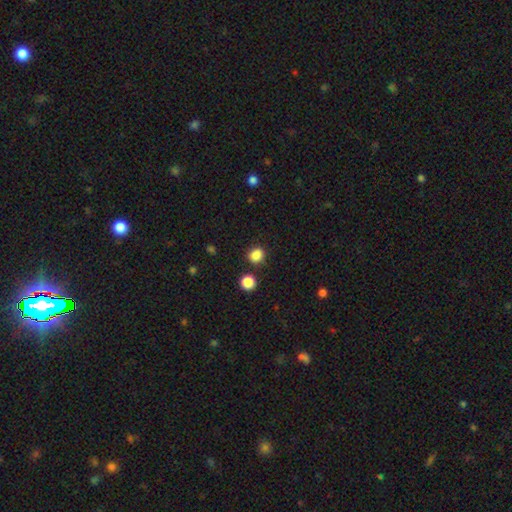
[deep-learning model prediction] smooth 85%, star or artifact 12%, featured or disk 3%. Down the decision tree: how rounded — round (76%); merging — none (83%).